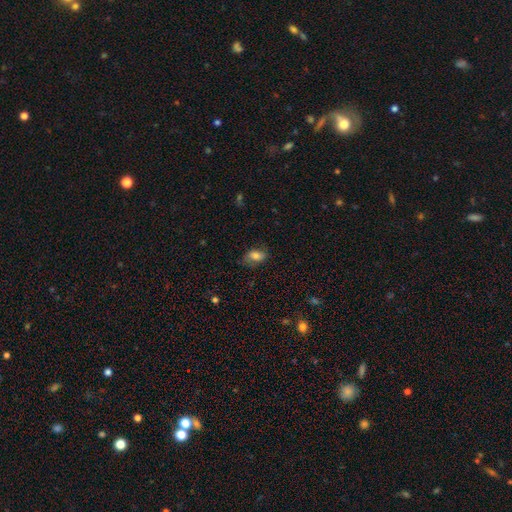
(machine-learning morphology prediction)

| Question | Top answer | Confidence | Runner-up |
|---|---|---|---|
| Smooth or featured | smooth | 75% | featured or disk (16%) |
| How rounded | in between | 88% | round (10%) |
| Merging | none | 67% | minor disturbance (24%) |